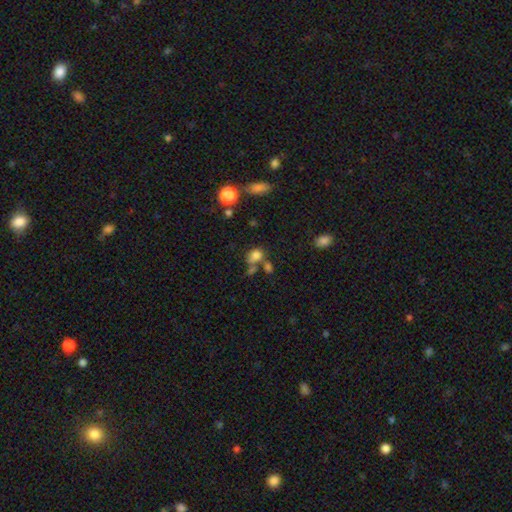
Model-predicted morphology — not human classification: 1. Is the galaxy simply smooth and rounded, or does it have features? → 74% smooth, 16% star or artifact, 10% featured or disk.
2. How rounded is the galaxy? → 55% round, 44% in between, 2% cigar-shaped.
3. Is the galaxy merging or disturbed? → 43% none, 35% merger, 13% minor disturbance, 9% major disturbance.